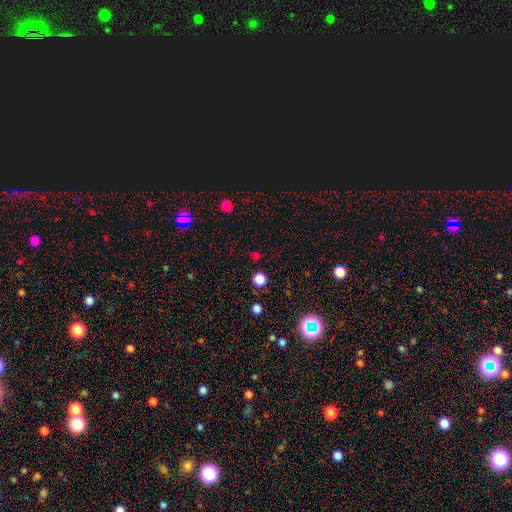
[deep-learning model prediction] A smooth galaxy with no disk features (67%) that is round (89%).

Vote fractions:
- Smooth or featured? smooth: 67% / star or artifact: 29% / featured or disk: 4%
- How rounded? round: 89% / in between: 10% / cigar-shaped: 1%
- Merging? none: 88% / minor disturbance: 7% / major disturbance: 3% / merger: 2%